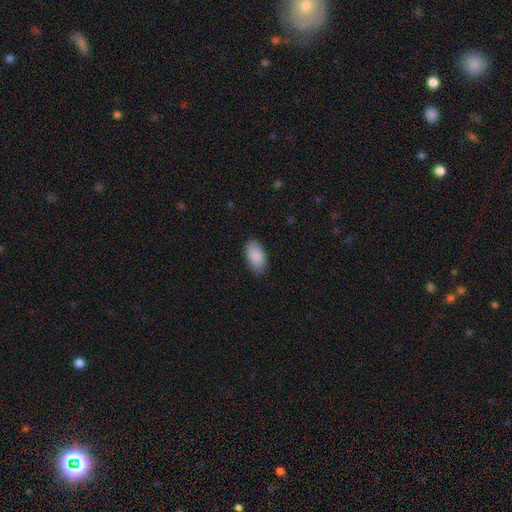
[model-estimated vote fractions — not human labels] This is clearly a smooth galaxy (89%). How rounded: clearly in between (95%). Merging: clearly none (84%).